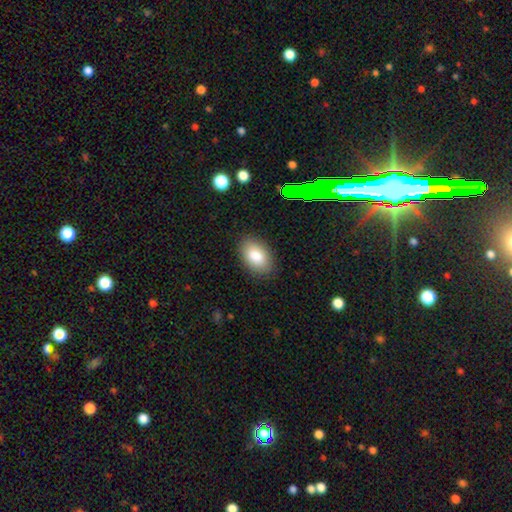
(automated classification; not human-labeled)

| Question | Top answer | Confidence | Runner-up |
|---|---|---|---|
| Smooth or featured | smooth | 84% | featured or disk (8%) |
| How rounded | in between | 92% | round (7%) |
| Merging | none | 86% | minor disturbance (10%) |